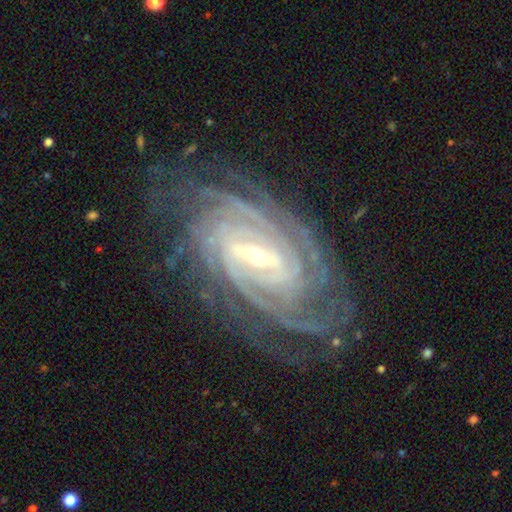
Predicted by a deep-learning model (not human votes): Q: Smooth or featured?
A: featured or disk (92%); runner-up: star or artifact (5%)
Q: Edge-on disk?
A: no (96%); runner-up: yes (4%)
Q: Bar?
A: strong (50%); runner-up: weak (37%)
Q: Spiral arms?
A: yes (98%); runner-up: no (2%)
Q: Spiral winding?
A: tight (83%); runner-up: medium (15%)
Q: Spiral arm count?
A: 4 (29%); runner-up: more than 4 (25%)
Q: Bulge size?
A: small (60%); runner-up: moderate (36%)
Q: Merging?
A: none (78%); runner-up: minor disturbance (15%)